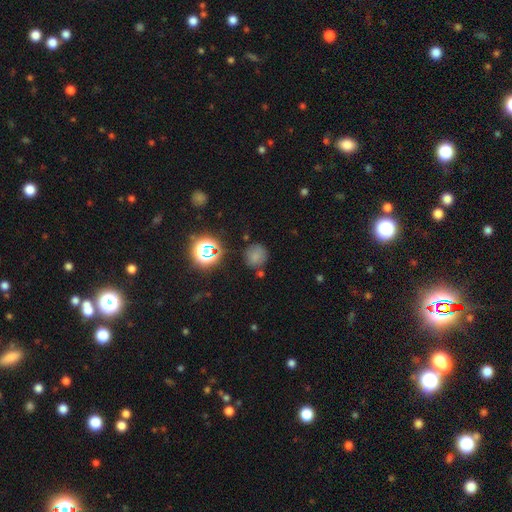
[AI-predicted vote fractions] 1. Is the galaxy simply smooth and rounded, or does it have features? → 69% smooth, 23% star or artifact, 8% featured or disk.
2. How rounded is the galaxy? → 87% round, 12% in between, 1% cigar-shaped.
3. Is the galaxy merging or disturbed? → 74% none, 15% minor disturbance, 6% merger, 5% major disturbance.